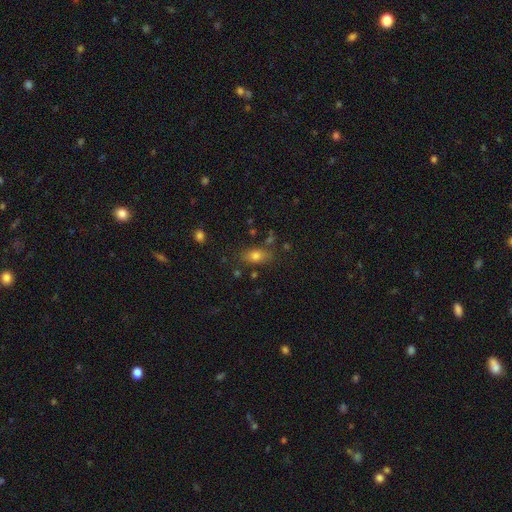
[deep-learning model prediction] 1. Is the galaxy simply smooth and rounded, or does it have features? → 75% smooth, 13% featured or disk, 12% star or artifact.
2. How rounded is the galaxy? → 80% in between, 12% round, 8% cigar-shaped.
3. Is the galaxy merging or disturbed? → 74% none, 15% minor disturbance, 6% merger, 5% major disturbance.